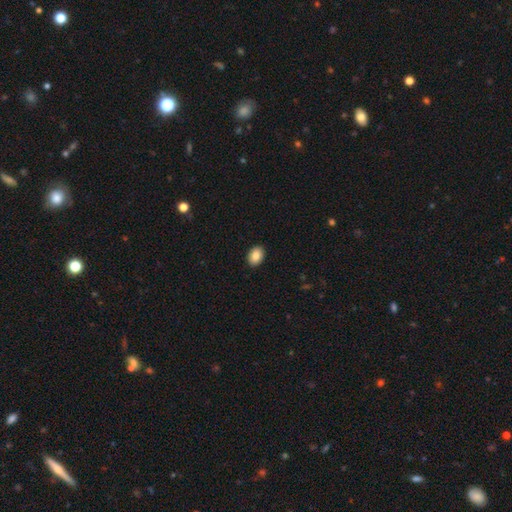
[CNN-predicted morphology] smooth-or-featured: smooth: 86% | star or artifact: 8% | featured or disk: 7%
  how-rounded: in between: 78% | round: 21% | cigar-shaped: 1%
  merging: none: 91% | minor disturbance: 6% | major disturbance: 2% | merger: 1%